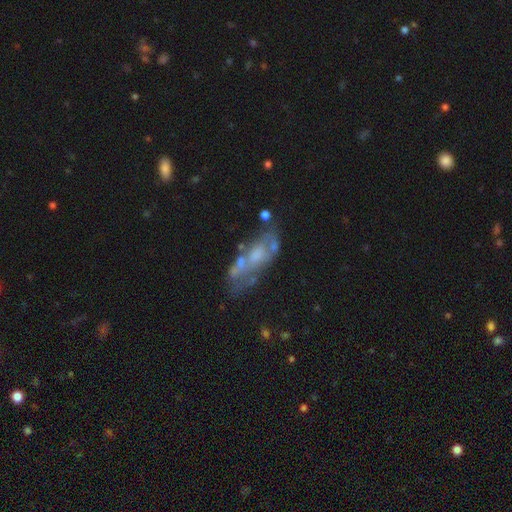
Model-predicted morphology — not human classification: Smooth or featured? featured or disk (63%)
Edge-on disk? no (84%)
Bar? no (81%)
Spiral arms? no (73%)
Bulge size? none (33%)
Merging? none (46%)